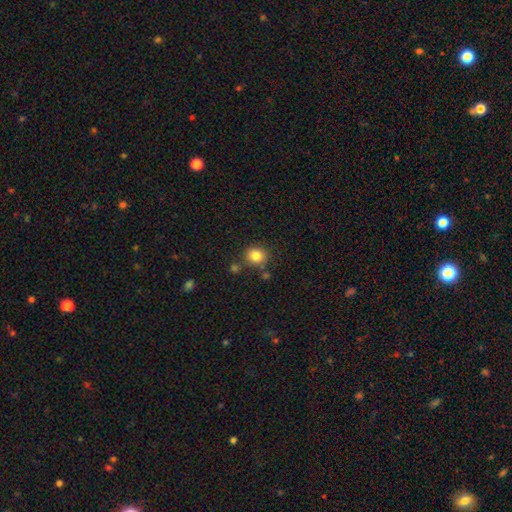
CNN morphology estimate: Smooth or featured?
  - smooth: 83% *
  - star or artifact: 11%
  - featured or disk: 6%
How rounded?
  - round: 80% *
  - in between: 19%
  - cigar-shaped: 1%
Merging?
  - none: 78% *
  - minor disturbance: 11%
  - merger: 8%
  - major disturbance: 3%